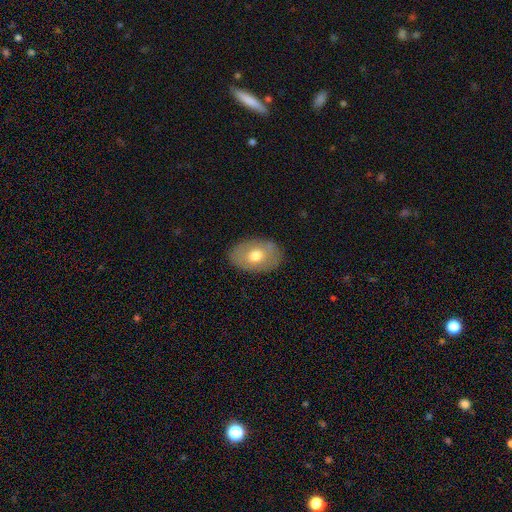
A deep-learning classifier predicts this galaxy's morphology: smooth_or_featured: smooth (p=0.61) [alt: featured or disk p=0.32]
how_rounded: in between (p=0.85) [alt: round p=0.14]
merging: none (p=0.83) [alt: minor disturbance p=0.13]